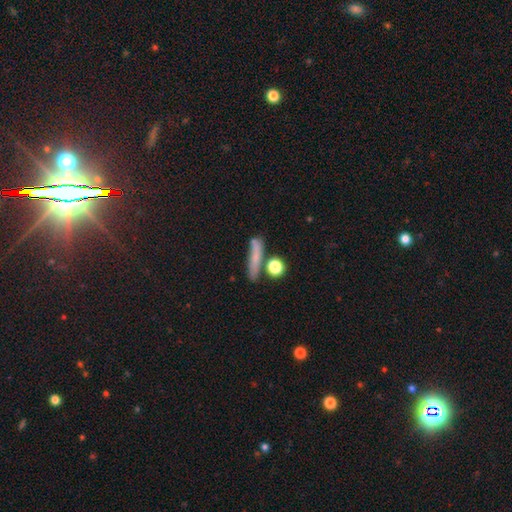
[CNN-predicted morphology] Smooth or featured? smooth (66%)
How rounded? cigar-shaped (72%)
Merging? none (66%)